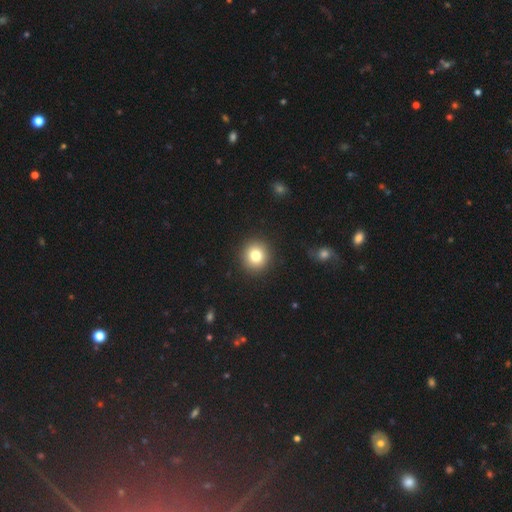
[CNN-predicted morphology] This is likely a smooth galaxy (80%). How rounded: clearly round (92%). Merging: clearly none (91%).